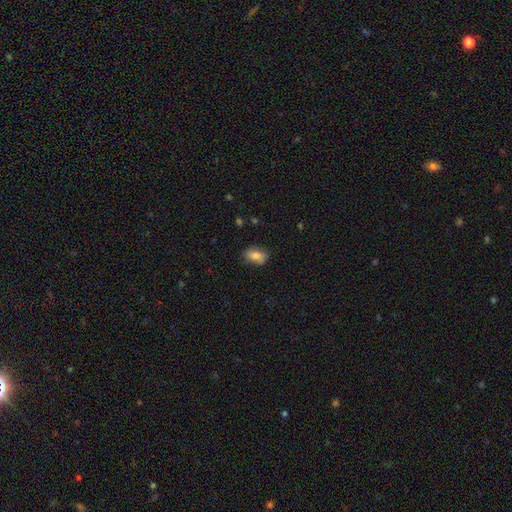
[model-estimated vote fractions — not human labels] Smooth or featured: smooth — 77% (featured or disk — 15%)
How rounded: in between — 85% (round — 12%)
Merging: none — 77% (minor disturbance — 18%)